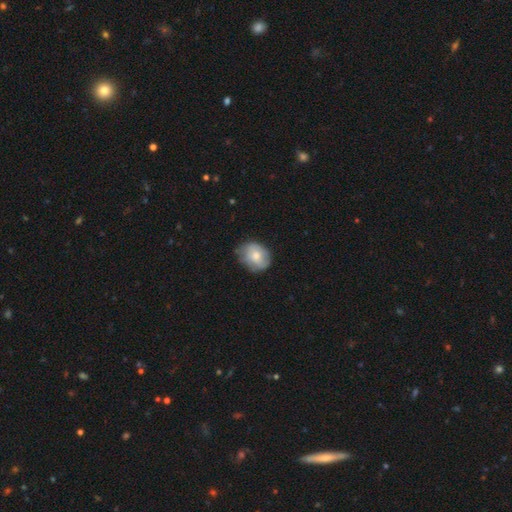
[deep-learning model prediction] The model was most divided on "how rounded": in between: 51%, round: 48%, cigar-shaped: 1%. More confident: smooth or featured — smooth (68%); merging — none (63%).